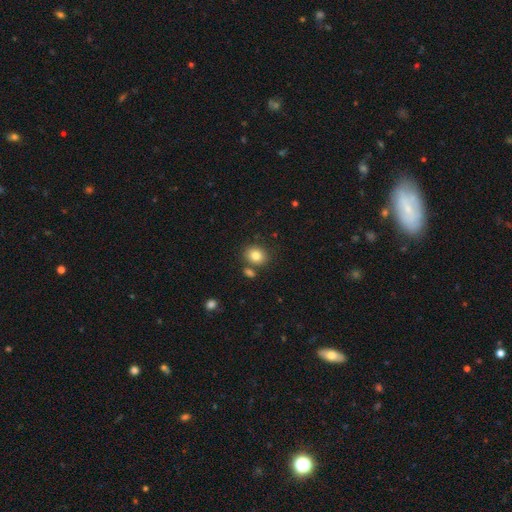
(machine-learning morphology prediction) Smooth or featured? smooth (82%)
How rounded? round (63%)
Merging? none (74%)